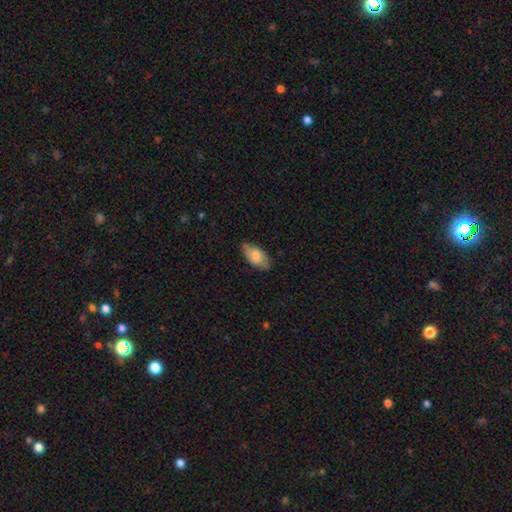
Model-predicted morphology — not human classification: This is likely a smooth galaxy (76%). How rounded: clearly in between (92%). Merging: likely none (77%).